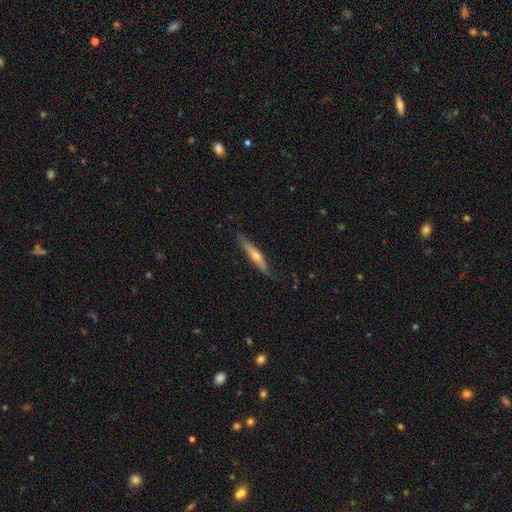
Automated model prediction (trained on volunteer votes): featured or disk 60%, smooth 34%, star or artifact 6%. Down the decision tree: edge-on disk — yes (93%); edge-on bulge — rounded (81%); merging — none (77%).